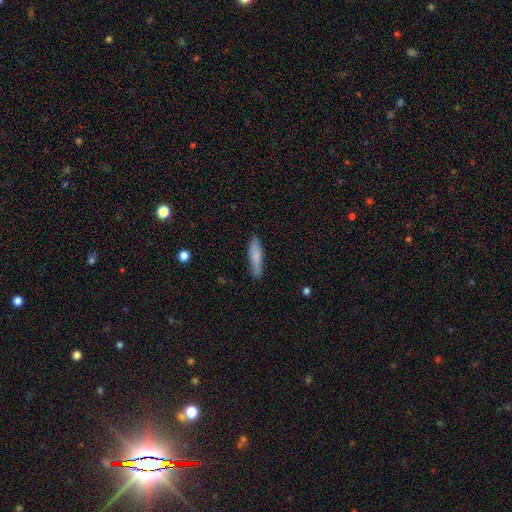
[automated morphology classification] This is likely a smooth galaxy (76%). How rounded: likely cigar-shaped (76%). Merging: clearly none (85%).